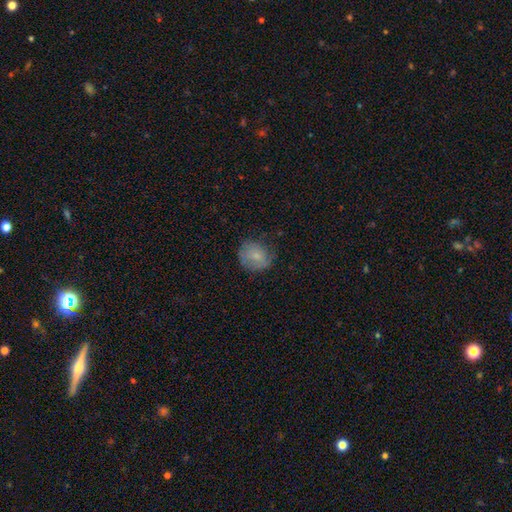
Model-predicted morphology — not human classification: Smooth or featured? Predicted: smooth (p=0.77). How rounded? Predicted: round (p=0.79). Merging? Predicted: none (p=0.69).